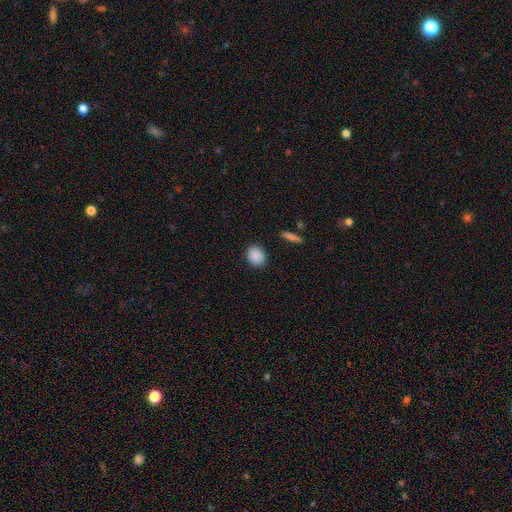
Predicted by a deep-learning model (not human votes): smooth 89%, star or artifact 8%, featured or disk 3%. Down the decision tree: how rounded — round (62%); merging — none (89%).